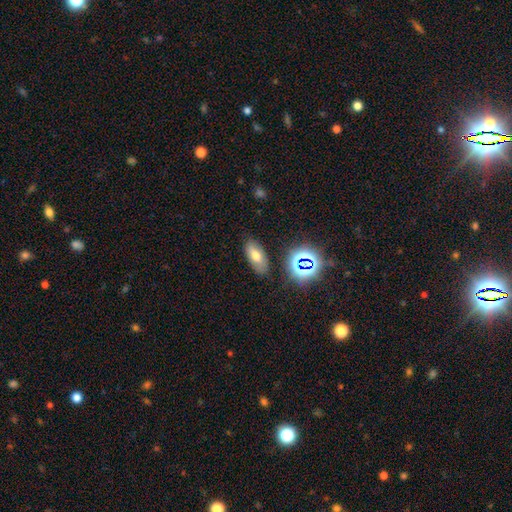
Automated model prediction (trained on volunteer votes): The model was most divided on "smooth or featured": smooth: 64%, featured or disk: 19%, star or artifact: 17%. More confident: how rounded — in between (85%); merging — none (81%).